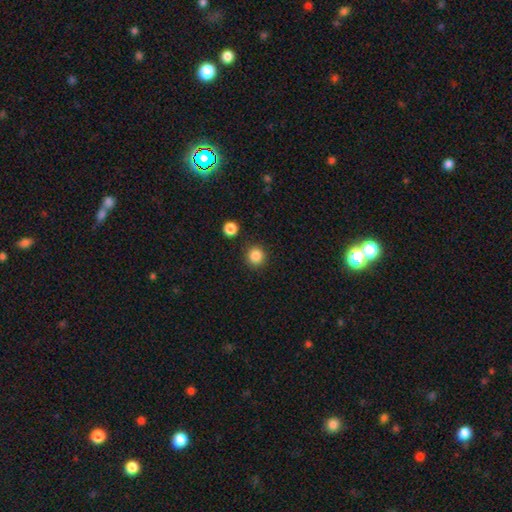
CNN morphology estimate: Smooth or featured? smooth (86%)
How rounded? round (92%)
Merging? none (89%)